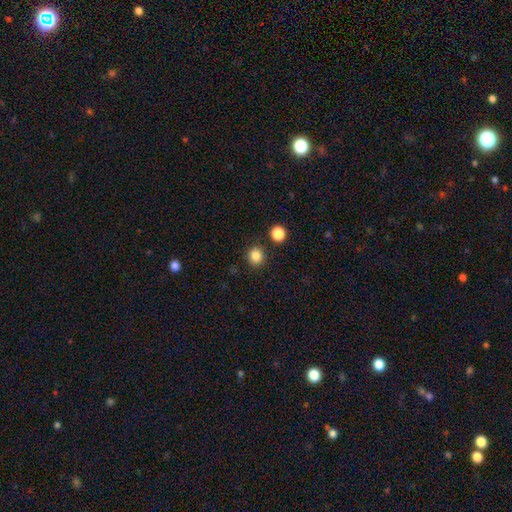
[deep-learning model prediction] The model was most divided on "how rounded": round: 85%, in between: 14%, cigar-shaped: 1%. More confident: merging — none (87%); smooth or featured — smooth (85%).